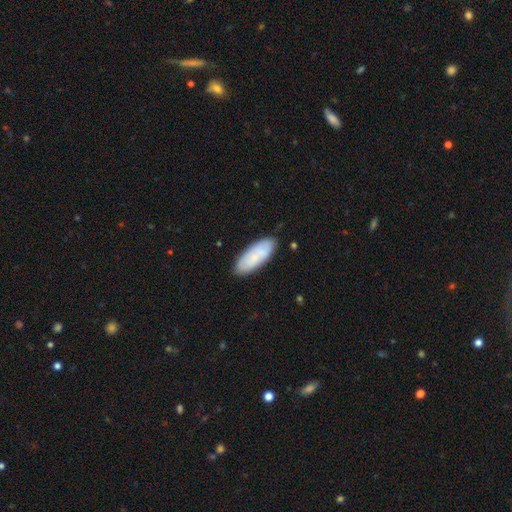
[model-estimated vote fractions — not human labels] The model was most divided on "smooth or featured": smooth: 70%, featured or disk: 24%, star or artifact: 6%. More confident: merging — none (82%); how rounded — in between (78%).